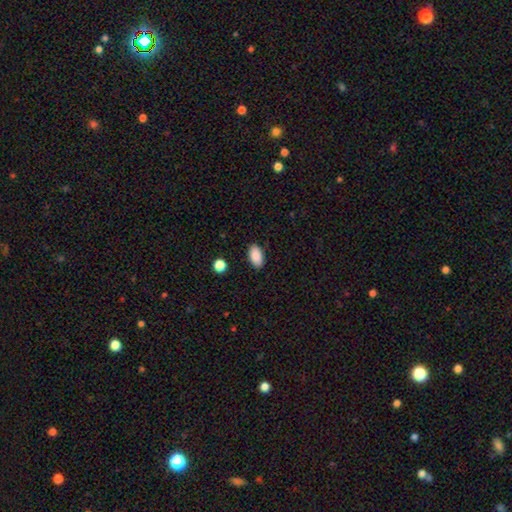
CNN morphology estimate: Smooth or featured?
  - smooth: 89% *
  - star or artifact: 7%
  - featured or disk: 3%
How rounded?
  - in between: 94% *
  - round: 4%
  - cigar-shaped: 2%
Merging?
  - none: 88% *
  - minor disturbance: 8%
  - major disturbance: 2%
  - merger: 1%